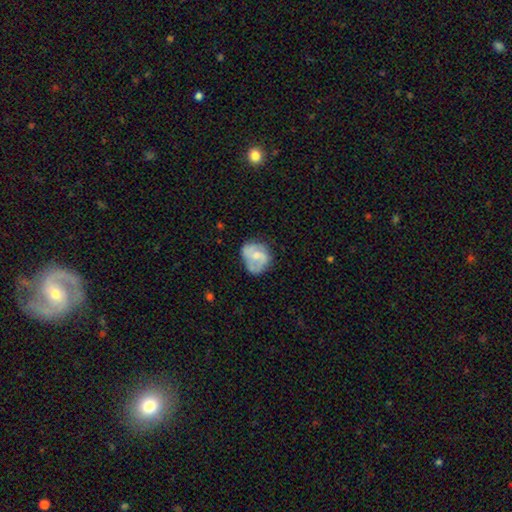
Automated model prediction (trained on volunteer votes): A featured or disk galaxy (59%) with no bar (55%), spiral arms (75%) and a small central bulge (42%). Merging: none (56%).